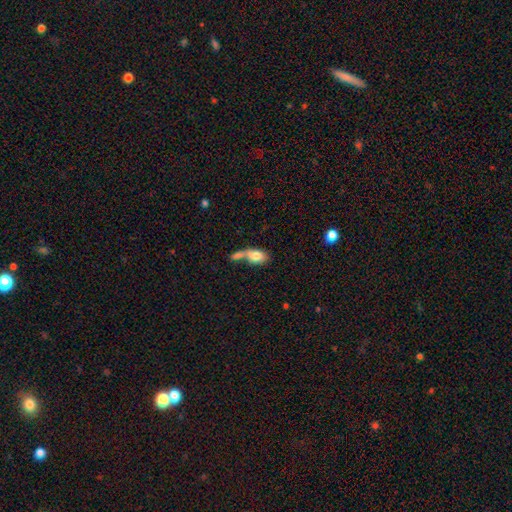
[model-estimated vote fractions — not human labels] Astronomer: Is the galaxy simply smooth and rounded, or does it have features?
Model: smooth — 75%.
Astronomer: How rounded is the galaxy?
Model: in between — 82%.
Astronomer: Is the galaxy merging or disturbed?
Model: merger — 57%.